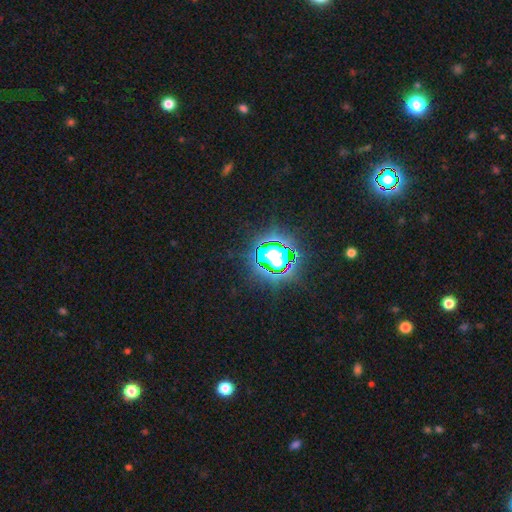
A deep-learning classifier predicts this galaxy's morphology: Smooth or featured? Predicted: star or artifact (p=0.77).